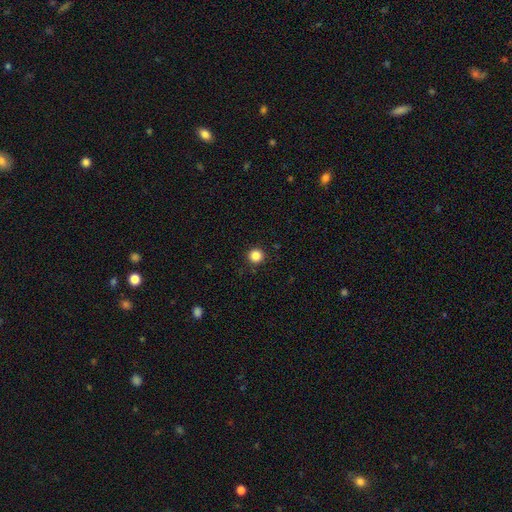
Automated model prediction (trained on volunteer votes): A smooth galaxy with no disk features (86%) that is round (96%).

Vote fractions:
- Smooth or featured? smooth: 86% / star or artifact: 12% / featured or disk: 3%
- How rounded? round: 96% / in between: 3% / cigar-shaped: 1%
- Merging? none: 92% / minor disturbance: 5% / major disturbance: 2% / merger: 1%